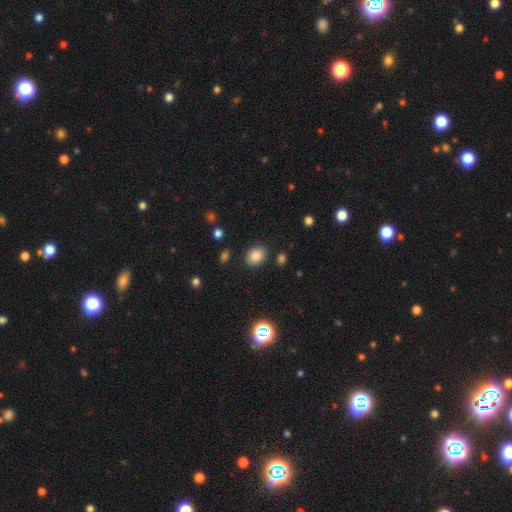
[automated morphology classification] smooth 85%, star or artifact 10%, featured or disk 5%. Down the decision tree: how rounded — in between (58%); merging — none (85%).